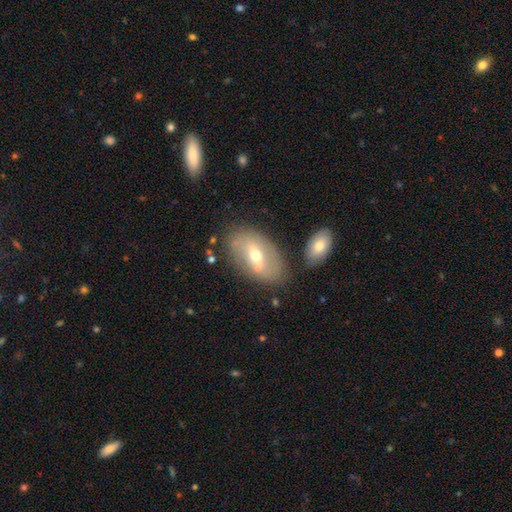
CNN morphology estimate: Smooth or featured?
  - featured or disk: 53% *
  - smooth: 39%
  - star or artifact: 8%
Edge-on disk?
  - no: 86% *
  - yes: 14%
Merging?
  - none: 72% *
  - minor disturbance: 15%
  - merger: 8%
  - major disturbance: 5%